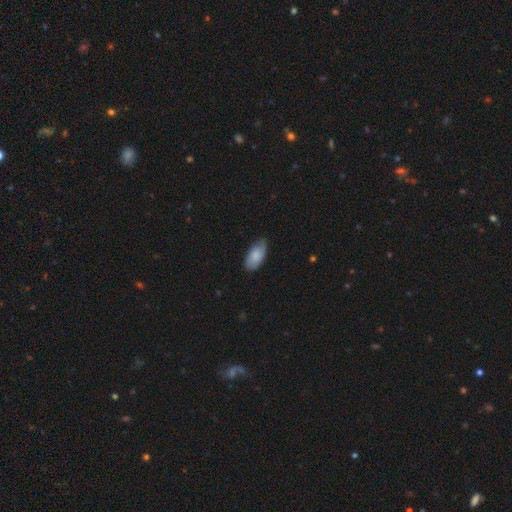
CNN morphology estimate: The model was most divided on "merging": none: 73%, minor disturbance: 22%, major disturbance: 3%, merger: 1%. More confident: how rounded — in between (94%); smooth or featured — smooth (77%).